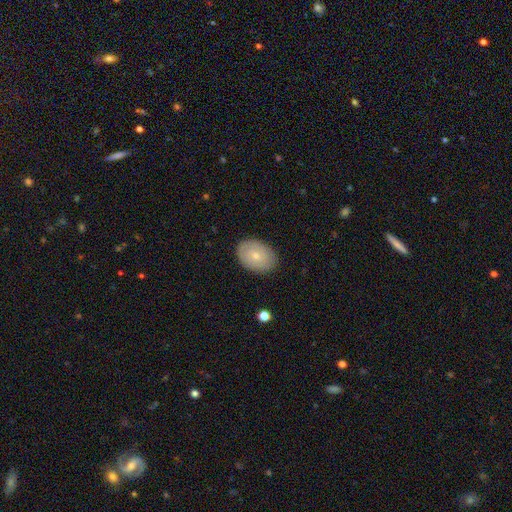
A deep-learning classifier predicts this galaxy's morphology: type=smooth (73%); roundness=in between (80%); merging=none (87%).